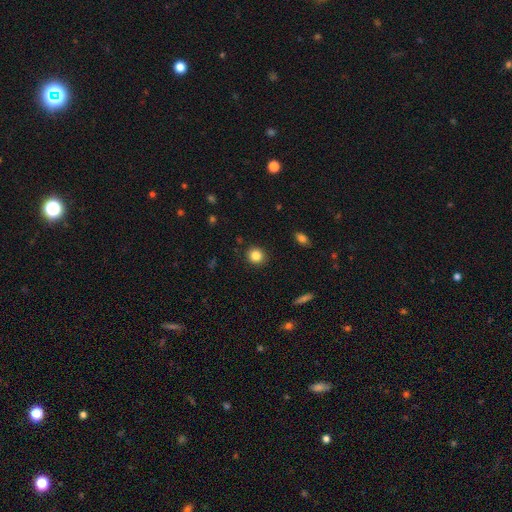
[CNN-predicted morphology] The model was most divided on "smooth or featured": smooth: 85%, star or artifact: 10%, featured or disk: 5%. More confident: merging — none (90%); how rounded — round (87%).